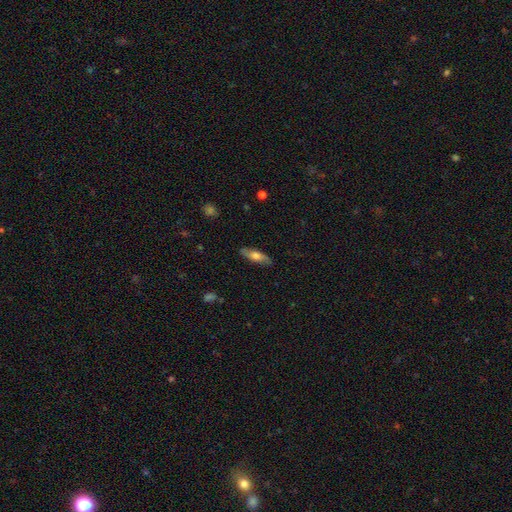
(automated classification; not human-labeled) Overall: smooth (55%; featured or disk 38%). How rounded: cigar-shaped (50%; in between 47%). Merging: none (85%).